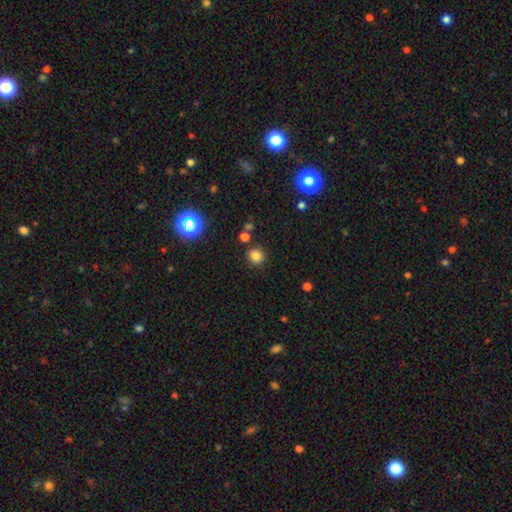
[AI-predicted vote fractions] Smooth or featured: smooth — 80% (star or artifact — 15%)
How rounded: round — 93% (in between — 6%)
Merging: none — 86% (minor disturbance — 7%)